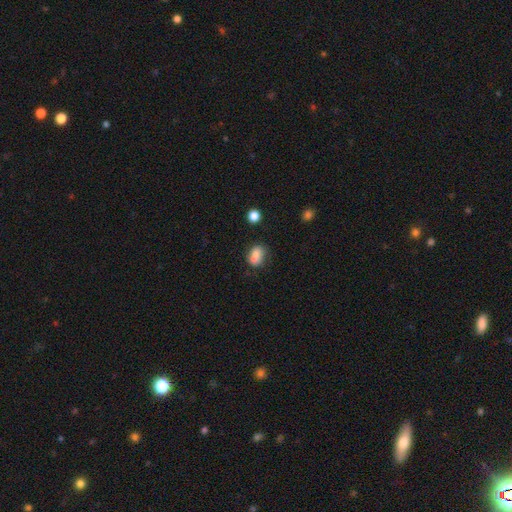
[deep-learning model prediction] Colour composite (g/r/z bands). It shows a smooth galaxy with no disk features (79%) that is in between round and cigar-shaped (73%). Merging: none (54%).